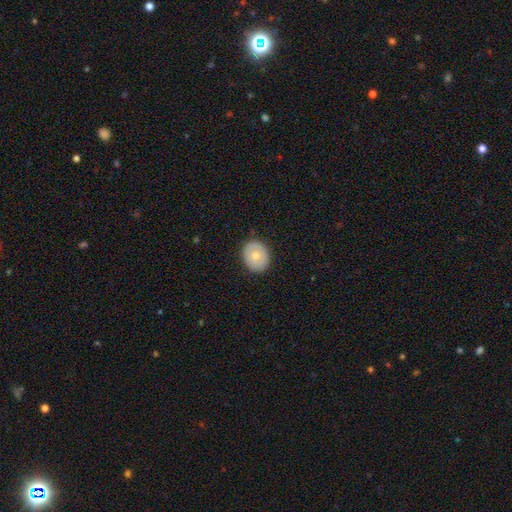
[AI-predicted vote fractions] A smooth galaxy with no disk features (68%) that is round (63%). Merging: none (88%).